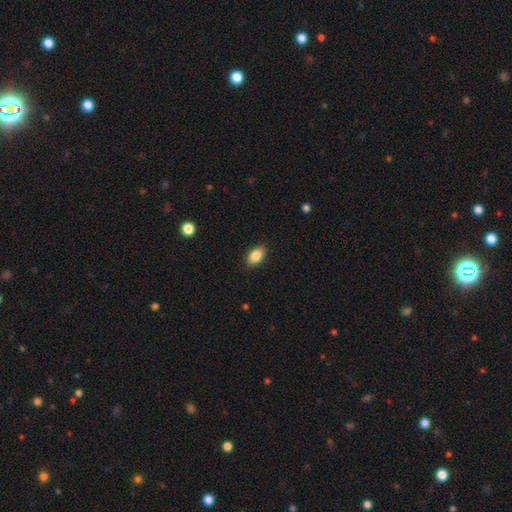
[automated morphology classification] This appears to be a smooth galaxy with no disk features (86%) that is in between round and cigar-shaped (90%). Merging: none (88%).